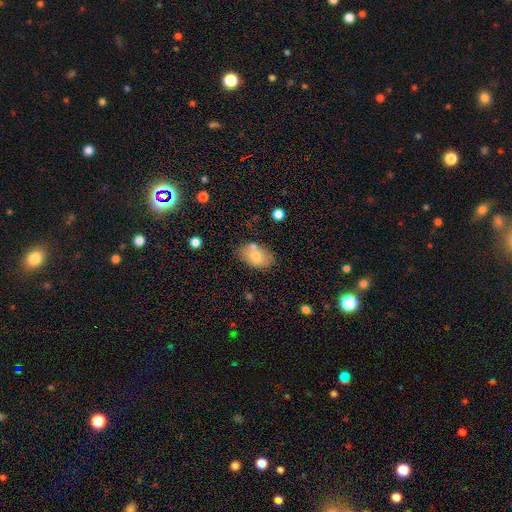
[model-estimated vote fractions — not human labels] Morphology: type=smooth (74%); roundness=in between (90%); merging=none (70%).